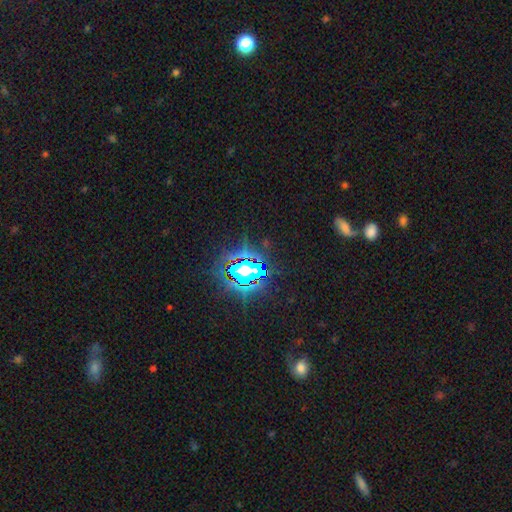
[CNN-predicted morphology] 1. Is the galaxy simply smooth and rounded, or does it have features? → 81% star or artifact, 11% smooth, 8% featured or disk.